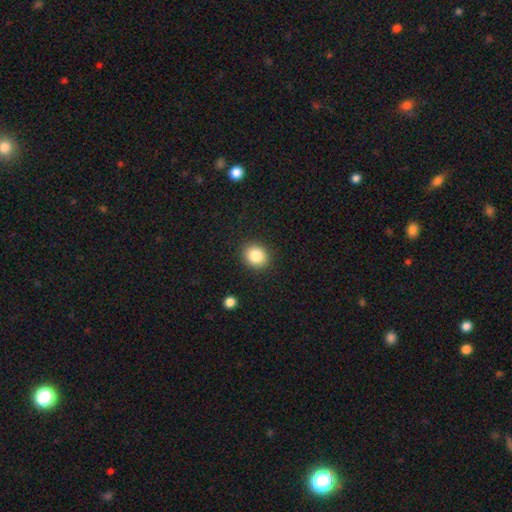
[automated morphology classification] smooth 84%, star or artifact 10%, featured or disk 6%. Down the decision tree: how rounded — round (67%); merging — none (90%).